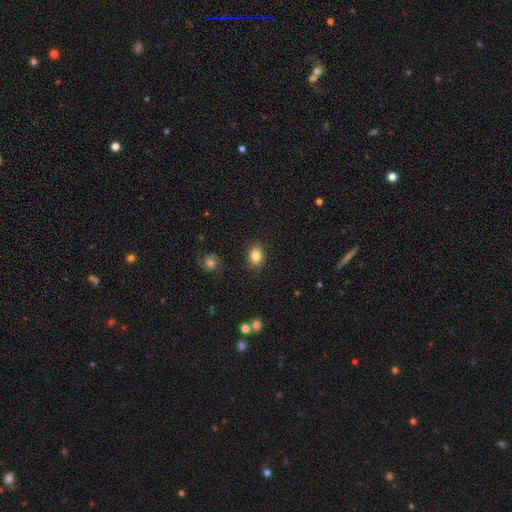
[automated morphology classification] type=smooth (84%); roundness=in between (59%); merging=none (88%).